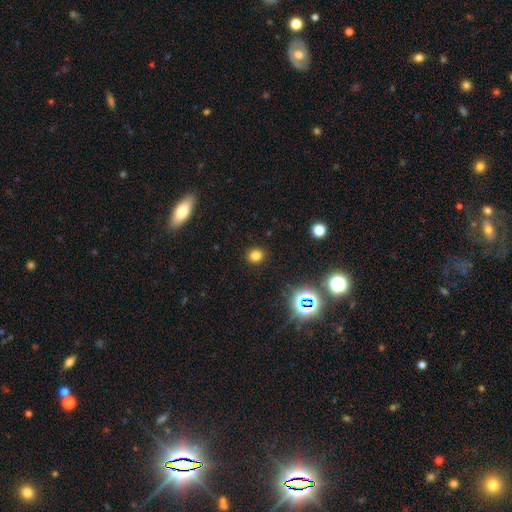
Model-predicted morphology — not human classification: type=smooth (76%); roundness=round (77%); merging=none (90%).